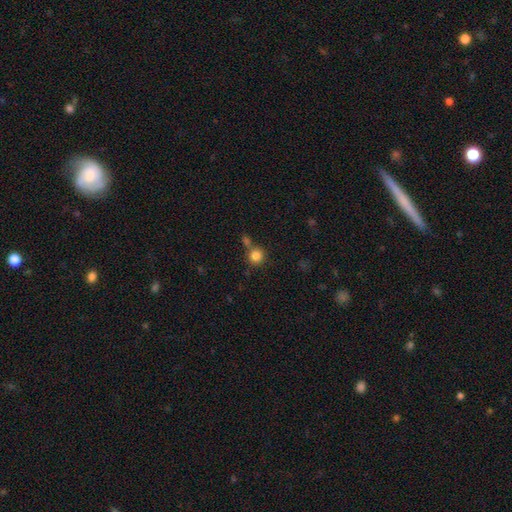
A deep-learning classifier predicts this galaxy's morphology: Smooth or featured? smooth (84%)
How rounded? round (92%)
Merging? none (64%)